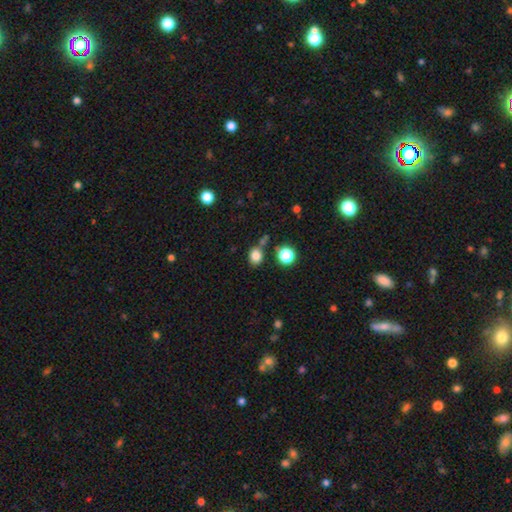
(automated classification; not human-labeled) Morphology: type=smooth (83%); roundness=round (58%); merging=none (74%).